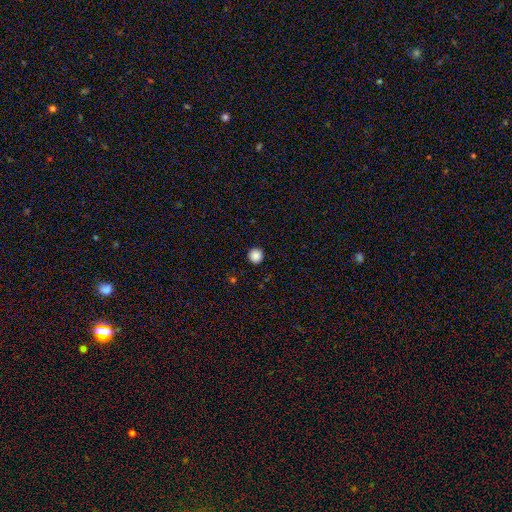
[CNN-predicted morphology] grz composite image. It shows a smooth galaxy with no disk features (87%) that is round (96%). Merging: none (93%).